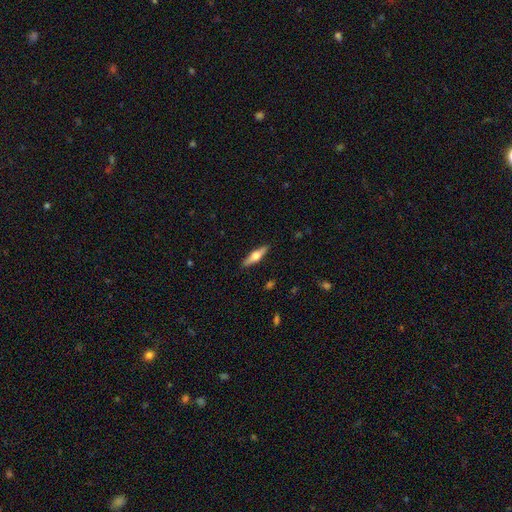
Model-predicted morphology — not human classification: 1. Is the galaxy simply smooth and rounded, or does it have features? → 53% featured or disk, 42% smooth, 6% star or artifact.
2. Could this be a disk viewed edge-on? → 94% yes, 6% no.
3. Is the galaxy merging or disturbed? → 89% none, 8% minor disturbance, 2% major disturbance, 1% merger.